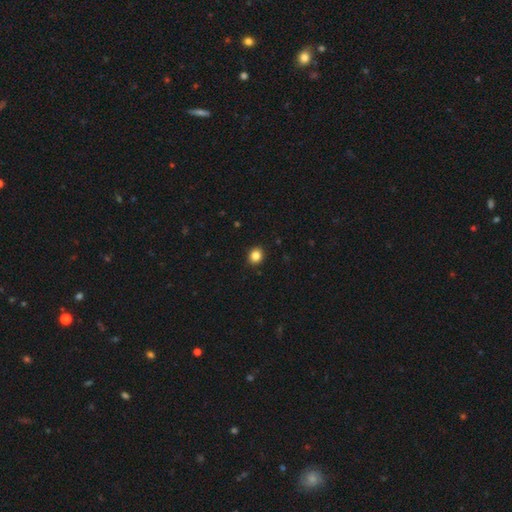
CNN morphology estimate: type=smooth (85%); roundness=round (77%); merging=none (92%).